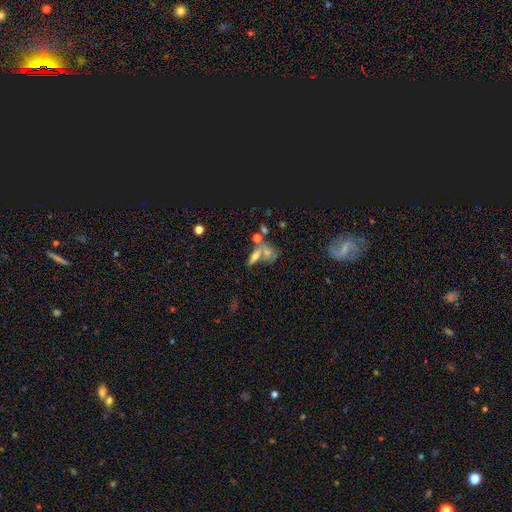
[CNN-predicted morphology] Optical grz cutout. It shows a smooth galaxy with no disk features (53%) that is in between round and cigar-shaped (58%). Merging: merger (42%).